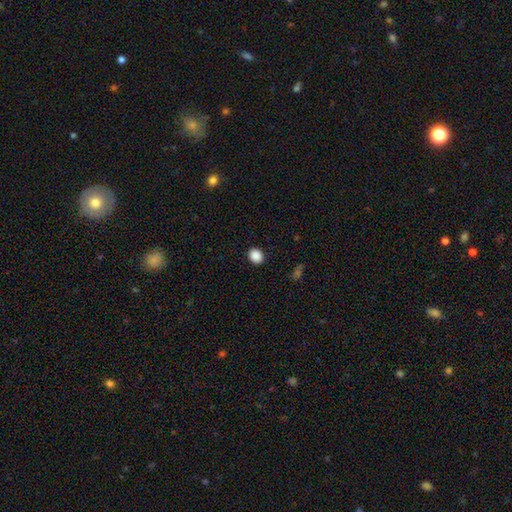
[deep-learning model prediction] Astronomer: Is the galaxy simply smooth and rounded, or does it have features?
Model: smooth — 89%.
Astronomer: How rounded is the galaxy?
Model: round — 57% (runner-up: in between, 42%).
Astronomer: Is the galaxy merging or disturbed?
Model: none — 91%.